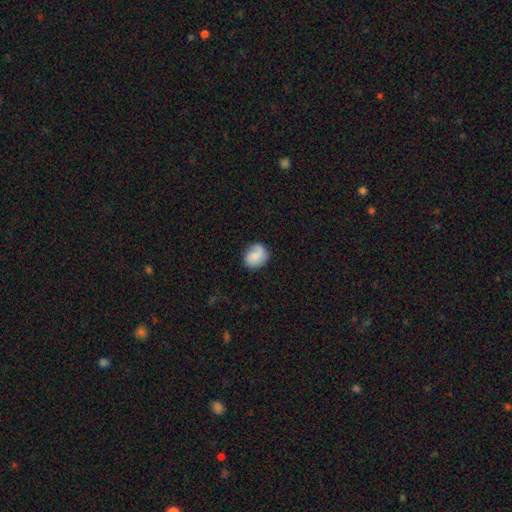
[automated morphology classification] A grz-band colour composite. It shows a smooth galaxy with no disk features (74%) that is round (62%). Merging: none (71%).